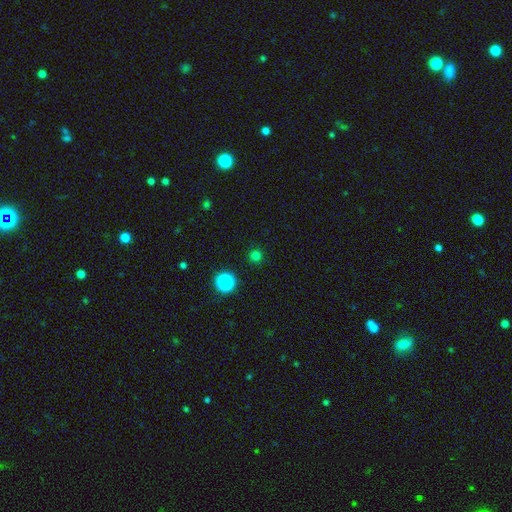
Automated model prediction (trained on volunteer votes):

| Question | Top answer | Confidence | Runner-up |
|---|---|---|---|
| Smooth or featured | smooth | 74% | star or artifact (22%) |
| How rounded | round | 95% | in between (4%) |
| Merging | none | 91% | minor disturbance (5%) |